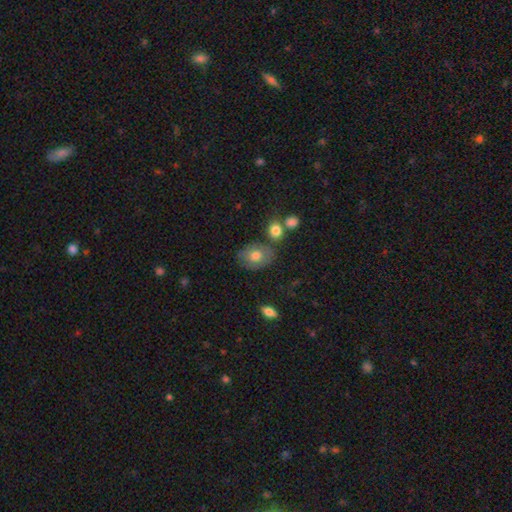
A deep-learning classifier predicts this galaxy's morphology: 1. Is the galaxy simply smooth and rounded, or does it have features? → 69% smooth, 23% featured or disk, 8% star or artifact.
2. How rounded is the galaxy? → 67% in between, 31% round, 1% cigar-shaped.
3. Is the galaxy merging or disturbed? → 67% none, 18% minor disturbance, 9% merger, 6% major disturbance.